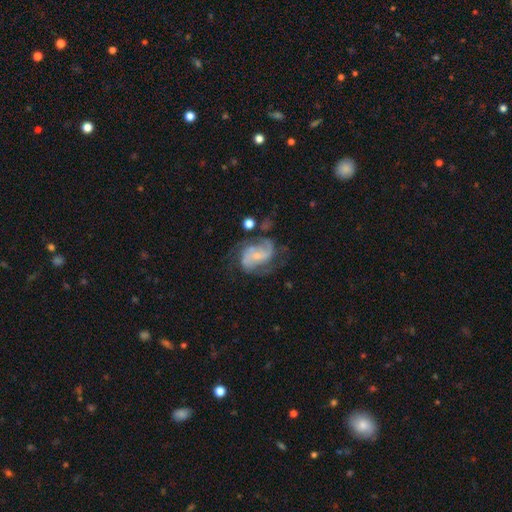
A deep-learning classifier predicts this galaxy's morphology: smooth_or_featured: featured or disk (p=0.79) [alt: smooth p=0.14]
disk_edge_on: no (p=0.98) [alt: yes p=0.02]
bar: no (p=0.46) [alt: weak p=0.40]
has_spiral_arms: yes (p=0.90) [alt: no p=0.10]
spiral_winding: medium (p=0.48) [alt: loose p=0.28]
spiral_arm_count: 2 (p=0.64) [alt: can't tell p=0.16]
bulge_size: small (p=0.68) [alt: moderate p=0.21]
merging: none (p=0.47) [alt: major disturbance p=0.23]